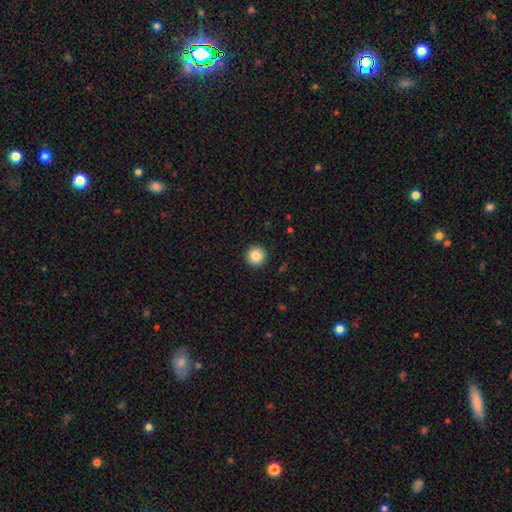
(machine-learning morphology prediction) smooth 85%, star or artifact 9%, featured or disk 5%. Down the decision tree: how rounded — round (96%); merging — none (93%).